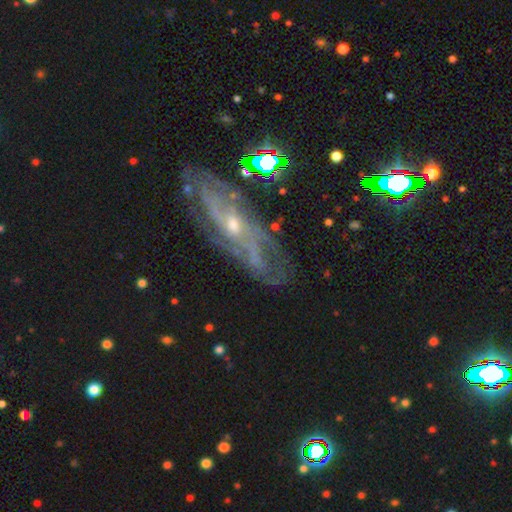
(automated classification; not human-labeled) This is likely a featured or disk galaxy (80%). It is clearly not viewed edge-on (83%). Bar: likely no (64%). Spiral arm pattern: clearly yes (87%). Spiral arm count: possibly can't tell (48%). Spiral winding: possibly tight (47%). Central bulge: possibly small (59%). Merging: likely none (72%).